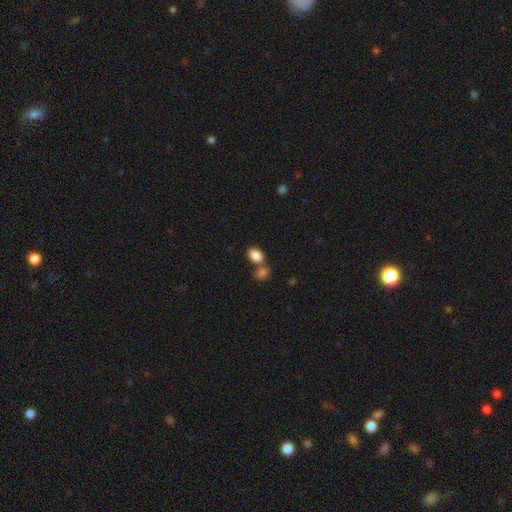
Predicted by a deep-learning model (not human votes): Overall: smooth (87%). How rounded: in between (89%). Merging: none (49%; merger 37%).